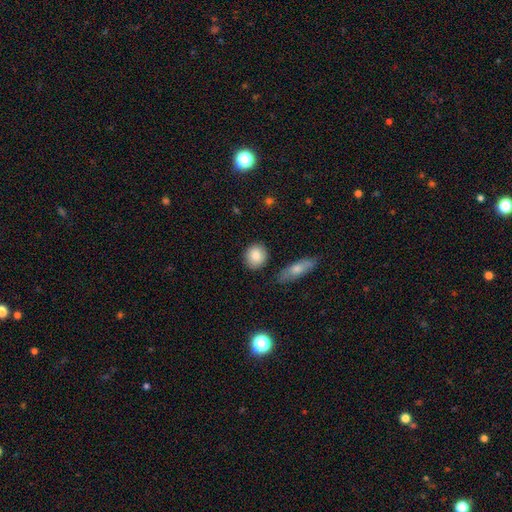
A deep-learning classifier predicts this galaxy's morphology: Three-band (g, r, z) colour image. It shows a smooth galaxy with no disk features (84%) that is round (80%). Merging: none (85%).